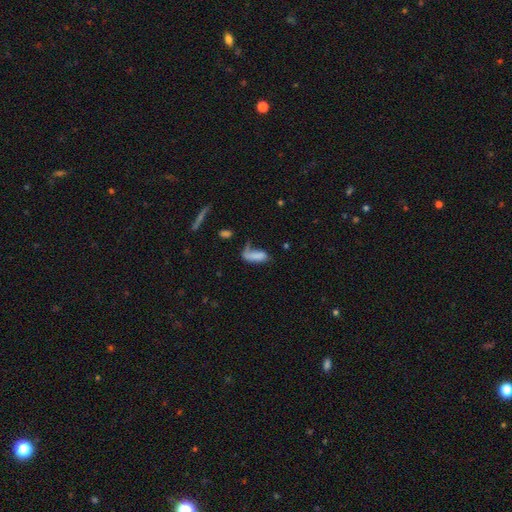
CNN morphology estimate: This appears to be a smooth galaxy with no disk features (74%) that is in between round and cigar-shaped (75%). Merging: major disturbance (33%).